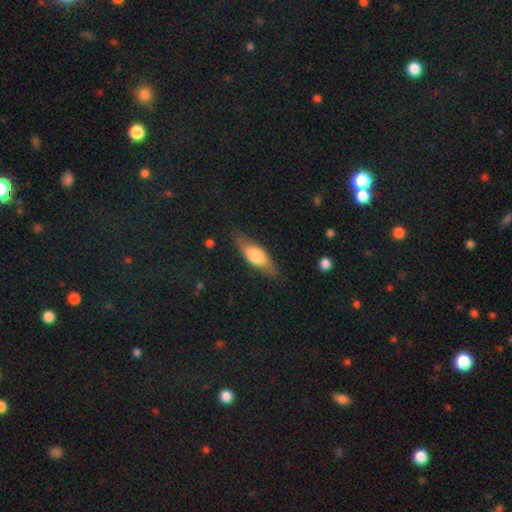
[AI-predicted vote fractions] Q: Smooth or featured?
A: smooth (60%); runner-up: featured or disk (34%)
Q: How rounded?
A: in between (59%); runner-up: cigar-shaped (38%)
Q: Merging?
A: none (81%); runner-up: minor disturbance (14%)